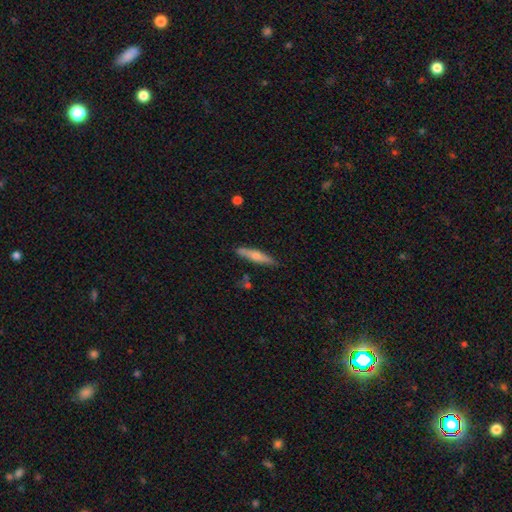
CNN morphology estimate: The model was most divided on "smooth or featured": smooth: 56%, featured or disk: 38%, star or artifact: 6%. More confident: how rounded — cigar-shaped (87%); merging — none (86%).